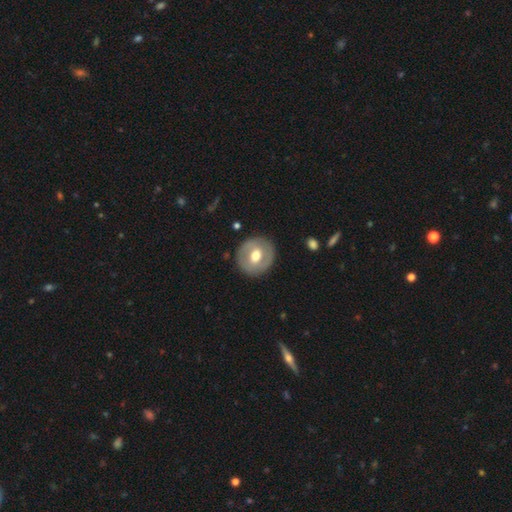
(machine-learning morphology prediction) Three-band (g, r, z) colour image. It shows a featured or disk galaxy (49%). Merging: none (86%).